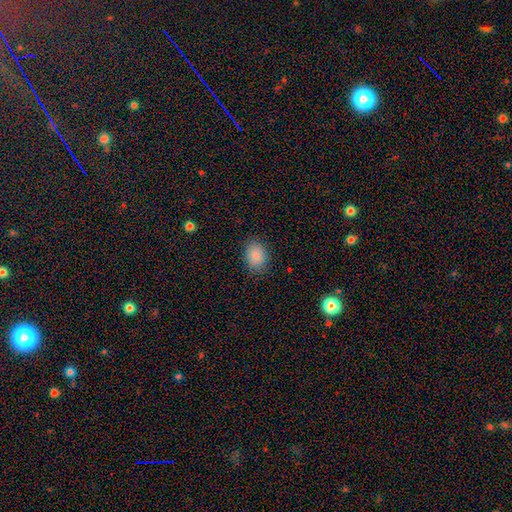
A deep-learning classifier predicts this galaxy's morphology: Smooth or featured? Predicted: smooth (p=0.86). How rounded? Predicted: in between (p=0.63). Merging? Predicted: none (p=0.85).